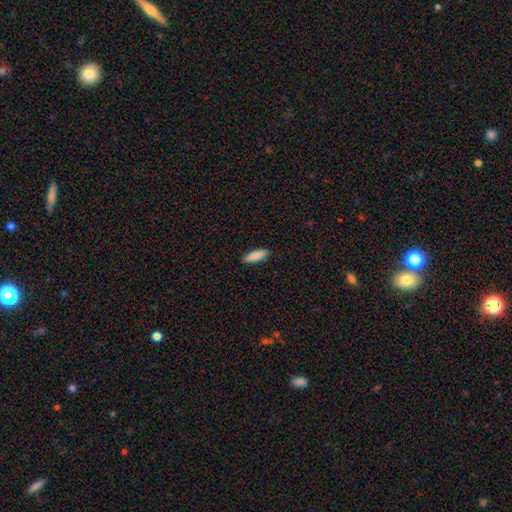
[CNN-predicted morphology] Smooth or featured? smooth (87%)
How rounded? cigar-shaped (57%)
Merging? none (90%)